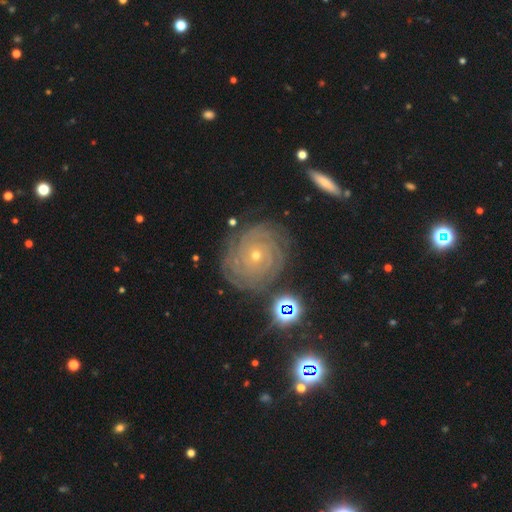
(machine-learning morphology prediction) A featured or disk galaxy (85%) with no bar (80%), tight (88%) spiral arms (97%) and a small central bulge (77%). Merging: none (80%).